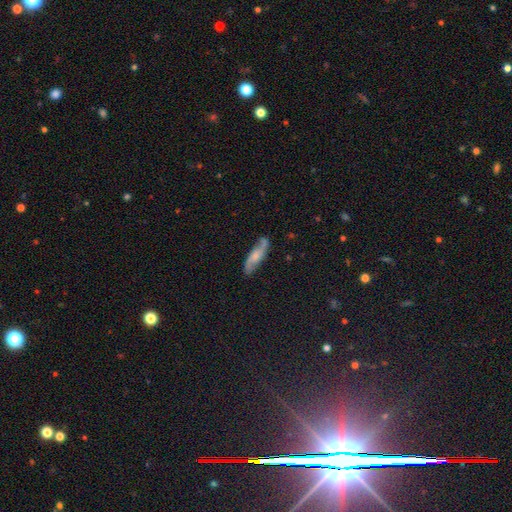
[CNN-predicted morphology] Smooth or featured? featured or disk (56%)
Edge-on disk? no (73%)
Merging? none (78%)